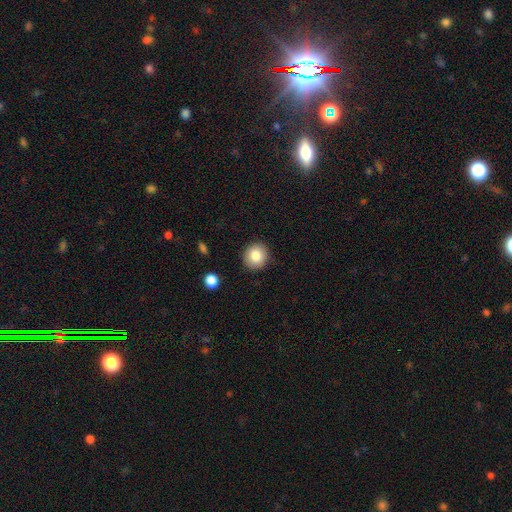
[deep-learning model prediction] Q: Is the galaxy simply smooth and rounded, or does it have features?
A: smooth — 82%.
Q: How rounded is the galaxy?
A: round — 84%.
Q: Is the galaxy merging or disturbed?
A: none — 89%.